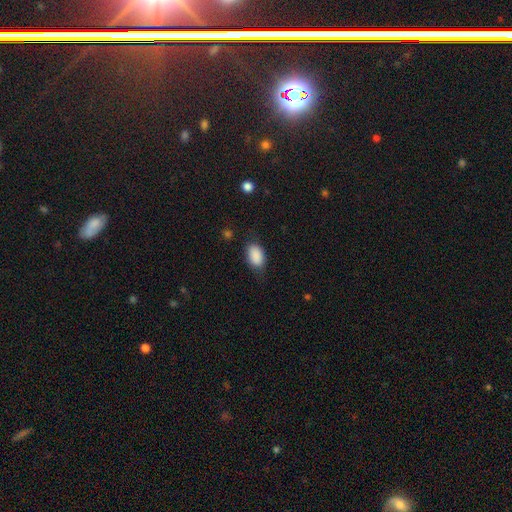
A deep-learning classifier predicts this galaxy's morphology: Smooth or featured?
  - smooth: 89% *
  - star or artifact: 7%
  - featured or disk: 4%
How rounded?
  - in between: 90% *
  - round: 9%
  - cigar-shaped: 1%
Merging?
  - none: 75% *
  - minor disturbance: 19%
  - major disturbance: 5%
  - merger: 1%